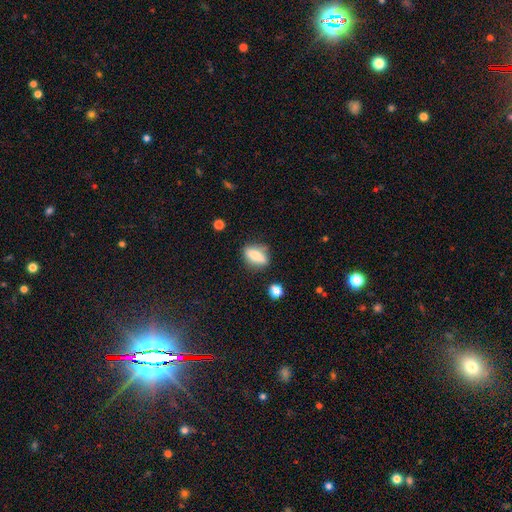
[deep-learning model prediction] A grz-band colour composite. It shows a smooth galaxy with no disk features (72%) that is in between round and cigar-shaped (66%). Merging: none (73%).